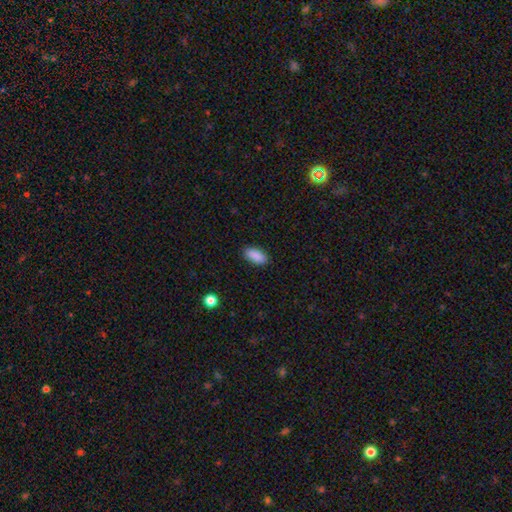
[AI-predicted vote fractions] A smooth galaxy with no disk features (90%) that is in between round and cigar-shaped (92%).

Vote fractions:
- Smooth or featured? smooth: 90% / star or artifact: 7% / featured or disk: 3%
- How rounded? in between: 92% / cigar-shaped: 5% / round: 2%
- Merging? none: 89% / minor disturbance: 8% / major disturbance: 2% / merger: 1%